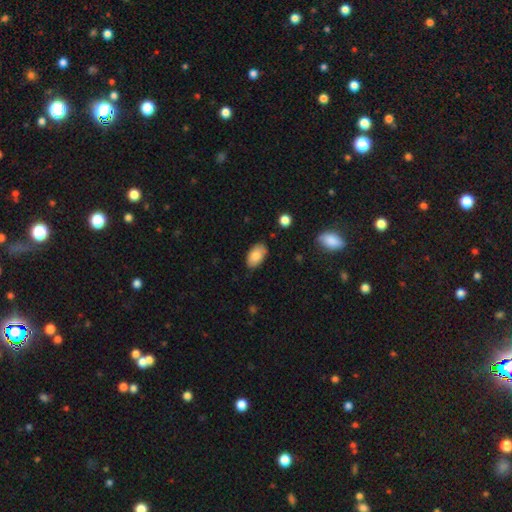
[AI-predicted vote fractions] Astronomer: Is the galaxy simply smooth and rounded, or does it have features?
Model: smooth — 84%.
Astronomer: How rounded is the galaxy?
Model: in between — 94%.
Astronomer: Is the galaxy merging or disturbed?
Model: none — 80%.